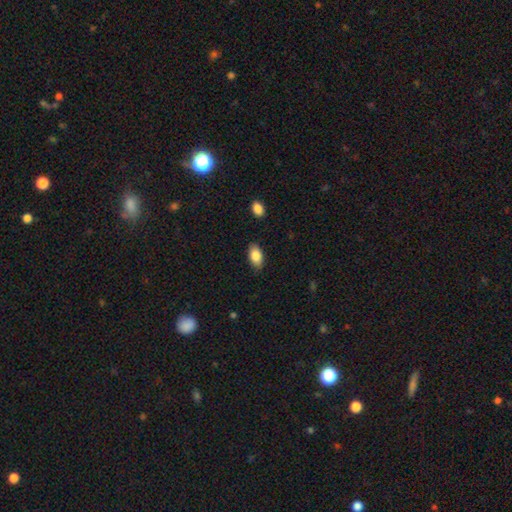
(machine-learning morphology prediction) Overall: smooth (85%). How rounded: in between (93%). Merging: none (85%).